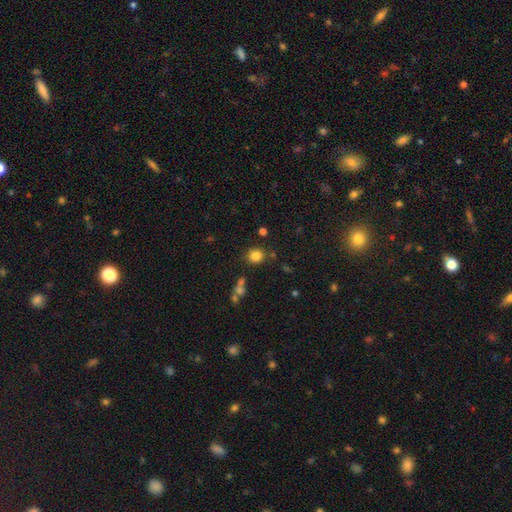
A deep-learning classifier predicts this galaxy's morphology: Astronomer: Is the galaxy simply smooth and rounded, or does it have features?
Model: smooth — 82%.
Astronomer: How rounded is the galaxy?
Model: round — 86%.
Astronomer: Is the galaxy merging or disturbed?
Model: none — 80%.